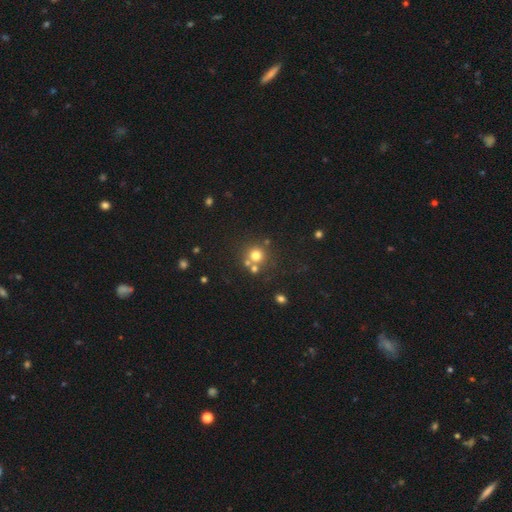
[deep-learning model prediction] Smooth or featured? Predicted: smooth (p=0.71). How rounded? Predicted: round (p=0.91). Merging? Predicted: none (p=0.66).